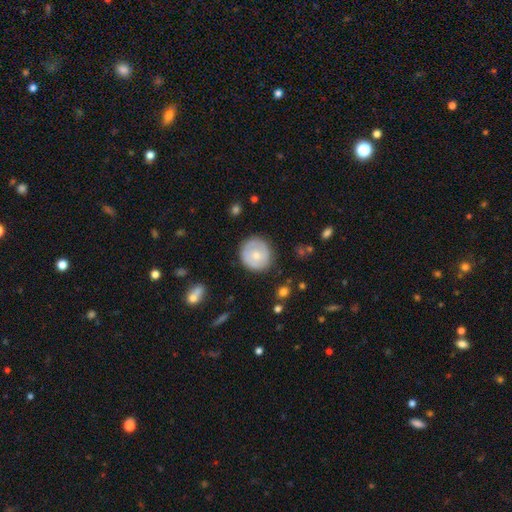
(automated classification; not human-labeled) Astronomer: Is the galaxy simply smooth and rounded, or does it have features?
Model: smooth — 58% (runner-up: featured or disk, 35%).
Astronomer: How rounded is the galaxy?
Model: round — 90%.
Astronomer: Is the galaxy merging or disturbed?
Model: none — 82%.